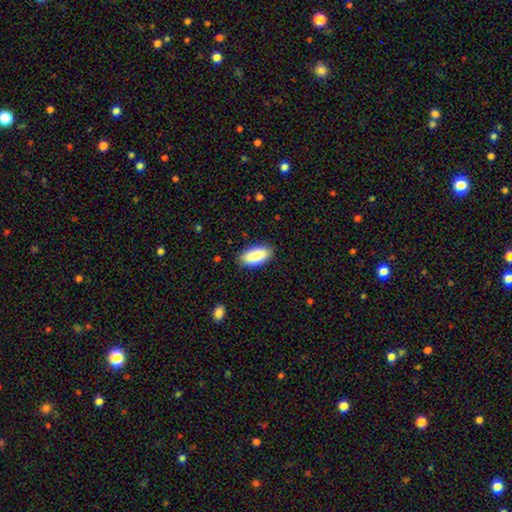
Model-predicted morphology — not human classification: smooth_or_featured: smooth (p=0.89) [alt: star or artifact p=0.06]
how_rounded: in between (p=0.93) [alt: cigar-shaped p=0.05]
merging: none (p=0.87) [alt: minor disturbance p=0.10]